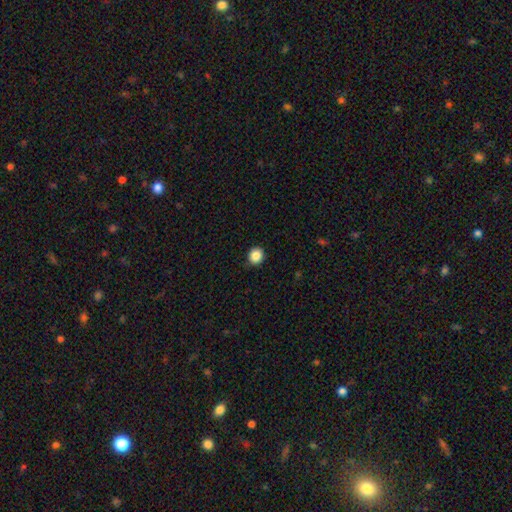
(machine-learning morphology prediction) Smooth or featured?
  - smooth: 86% *
  - star or artifact: 10%
  - featured or disk: 4%
How rounded?
  - round: 88% *
  - in between: 11%
  - cigar-shaped: 1%
Merging?
  - none: 89% *
  - minor disturbance: 8%
  - major disturbance: 2%
  - merger: 1%